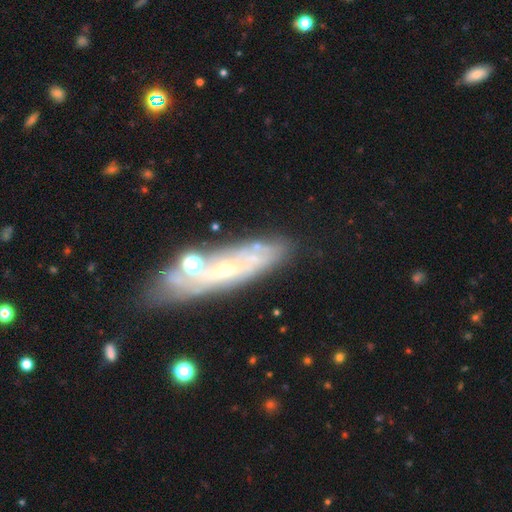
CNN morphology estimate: A featured or disk galaxy (56%).

Vote fractions:
- Smooth or featured? featured or disk: 56% / smooth: 30% / star or artifact: 13%
- Edge-on disk? no: 66% / yes: 34%
- Merging? none: 61% / minor disturbance: 18% / merger: 12% / major disturbance: 9%